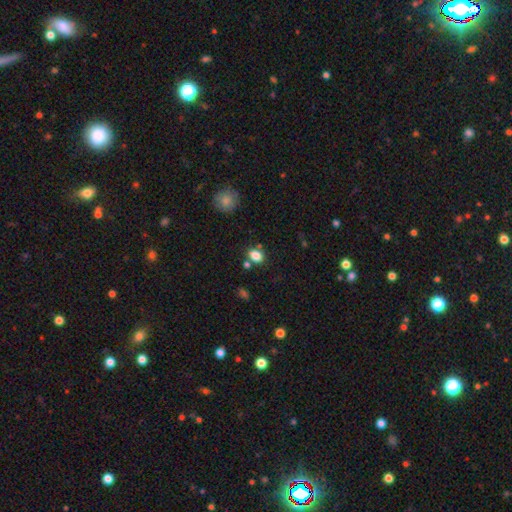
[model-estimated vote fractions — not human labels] This appears to be a smooth galaxy with no disk features (82%) that is in between round and cigar-shaped (61%). Merging: none (71%).